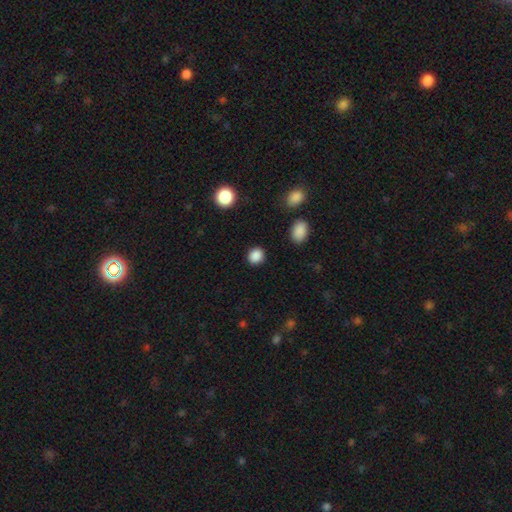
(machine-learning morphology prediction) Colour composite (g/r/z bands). It shows a smooth galaxy with no disk features (88%) that is round (76%). Merging: none (89%).